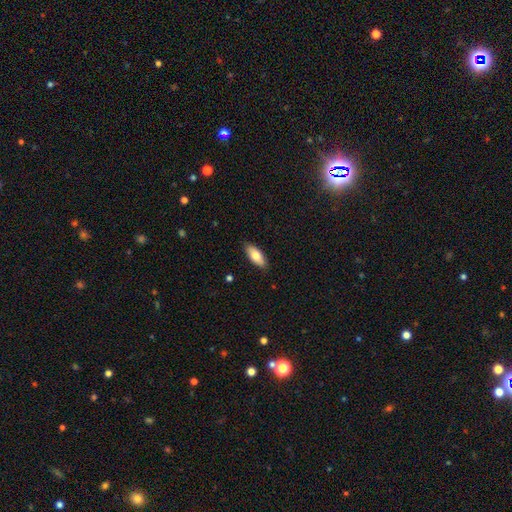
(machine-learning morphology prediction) smooth_or_featured: smooth (p=0.75) [alt: featured or disk p=0.19]
how_rounded: in between (p=0.83) [alt: cigar-shaped p=0.15]
merging: none (p=0.87) [alt: minor disturbance p=0.10]